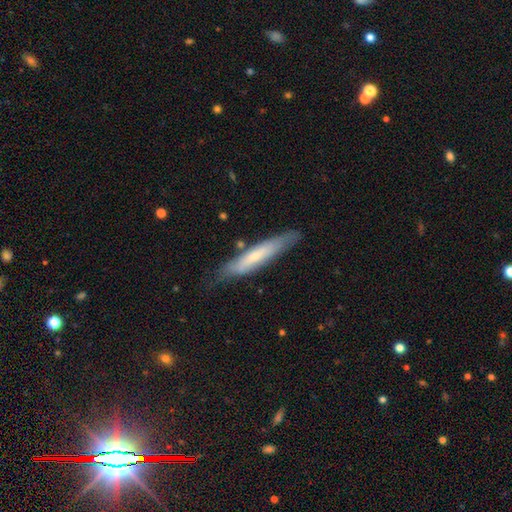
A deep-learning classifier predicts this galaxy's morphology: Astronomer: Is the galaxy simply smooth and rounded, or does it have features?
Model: smooth — 53% (runner-up: featured or disk, 41%).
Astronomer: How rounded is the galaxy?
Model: cigar-shaped — 86%.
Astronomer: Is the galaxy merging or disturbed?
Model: none — 70%.